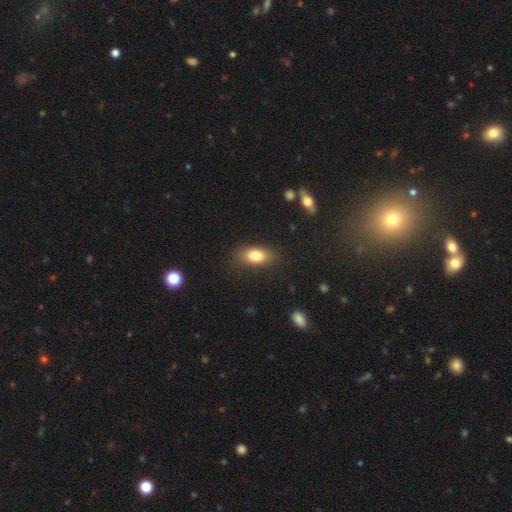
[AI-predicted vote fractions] This is clearly a smooth galaxy (81%). How rounded: clearly in between (85%). Merging: clearly none (81%).